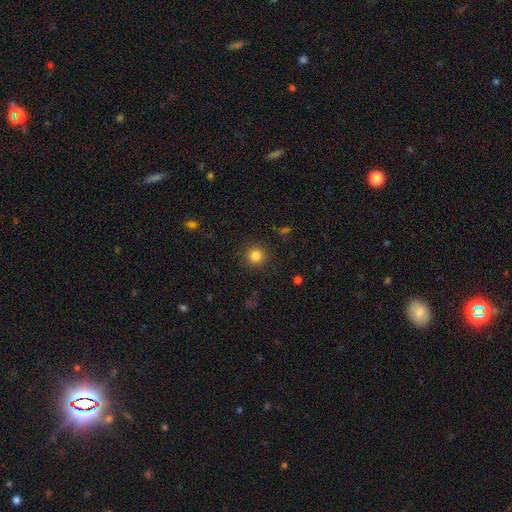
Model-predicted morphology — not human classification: Smooth or featured: smooth — 83% (star or artifact — 12%)
How rounded: round — 94% (in between — 5%)
Merging: none — 90% (minor disturbance — 6%)